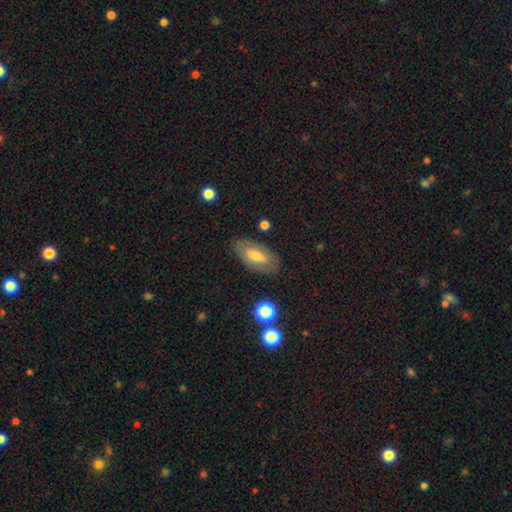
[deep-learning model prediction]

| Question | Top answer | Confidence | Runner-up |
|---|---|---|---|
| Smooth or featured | smooth | 59% | featured or disk (34%) |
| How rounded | in between | 88% | cigar-shaped (9%) |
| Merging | none | 82% | minor disturbance (13%) |